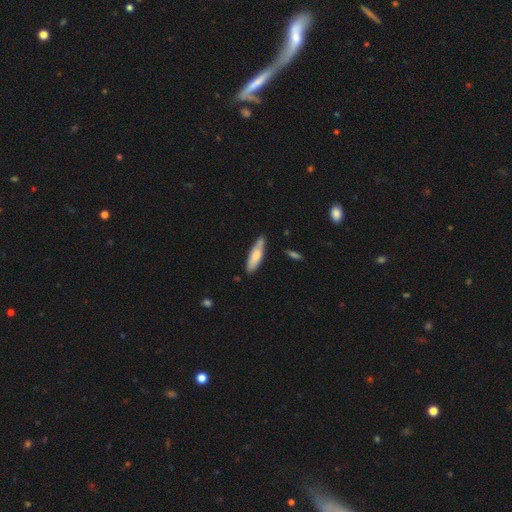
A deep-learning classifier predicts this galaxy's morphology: Smooth or featured: smooth — 73% (featured or disk — 22%)
How rounded: cigar-shaped — 63% (in between — 35%)
Merging: none — 74% (minor disturbance — 19%)